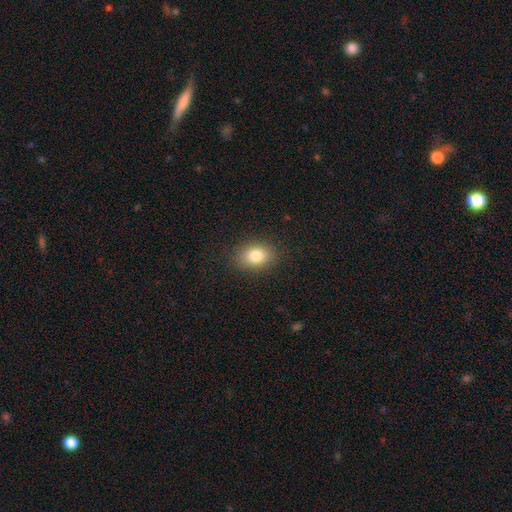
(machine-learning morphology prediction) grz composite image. It shows a smooth galaxy with no disk features (82%) that is in between round and cigar-shaped (71%). Merging: none (87%).